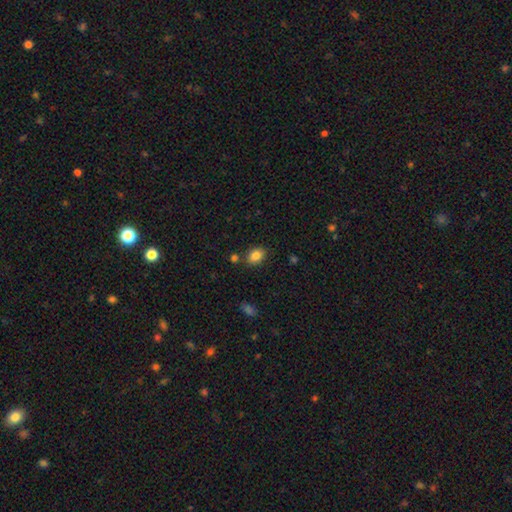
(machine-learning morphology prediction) Smooth or featured? Predicted: smooth (p=0.84). How rounded? Predicted: in between (p=0.70). Merging? Predicted: none (p=0.80).